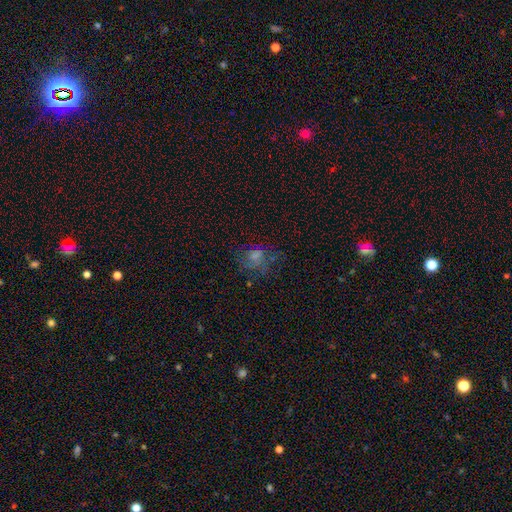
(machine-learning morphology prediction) smooth 47%, featured or disk 34%, star or artifact 18%. Down the decision tree: merging — none (49%).